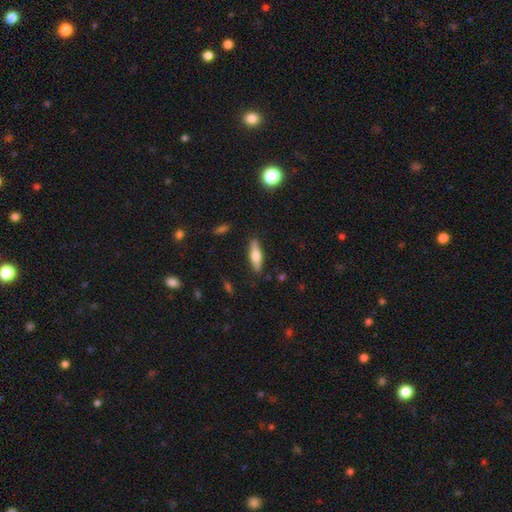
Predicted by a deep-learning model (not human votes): The model was most divided on "how rounded": cigar-shaped: 56%, in between: 42%, round: 2%. More confident: merging — none (87%); smooth or featured — smooth (59%).